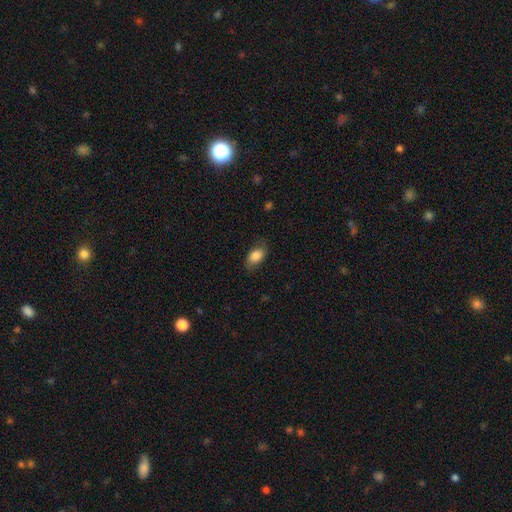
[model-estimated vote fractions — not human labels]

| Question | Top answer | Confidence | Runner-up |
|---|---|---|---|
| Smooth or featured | smooth | 82% | featured or disk (11%) |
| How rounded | in between | 90% | round (7%) |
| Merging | none | 76% | minor disturbance (18%) |